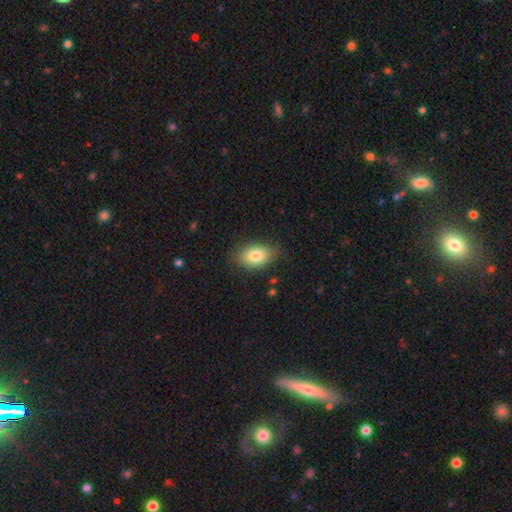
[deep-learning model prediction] Smooth or featured?
  - smooth: 81% *
  - featured or disk: 11%
  - star or artifact: 8%
How rounded?
  - in between: 84% *
  - round: 14%
  - cigar-shaped: 2%
Merging?
  - none: 80% *
  - minor disturbance: 16%
  - major disturbance: 3%
  - merger: 1%